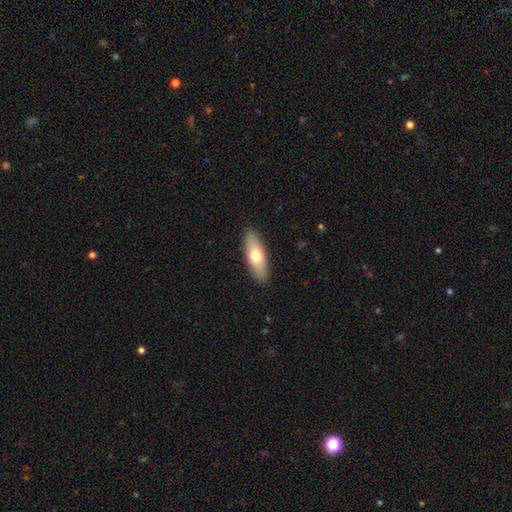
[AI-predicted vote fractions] A smooth galaxy with no disk features (66%) that is in between round and cigar-shaped (61%).

Vote fractions:
- Smooth or featured? smooth: 66% / featured or disk: 29% / star or artifact: 5%
- How rounded? in between: 61% / cigar-shaped: 36% / round: 3%
- Merging? none: 89% / minor disturbance: 8% / major disturbance: 2% / merger: 1%